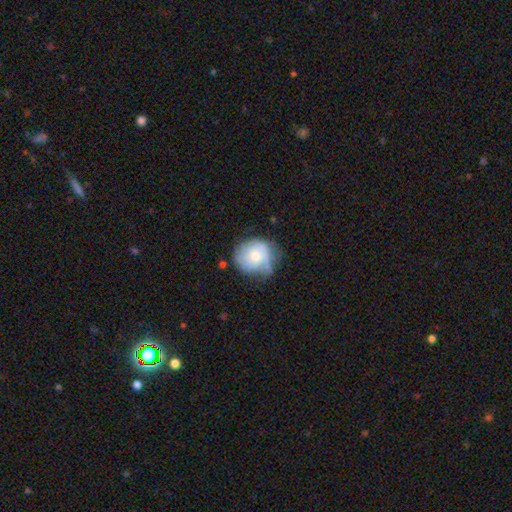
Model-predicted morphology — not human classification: smooth_or_featured: smooth (p=0.55) [alt: featured or disk p=0.37]
how_rounded: round (p=0.78) [alt: in between p=0.21]
merging: none (p=0.42) [alt: minor disturbance p=0.36]